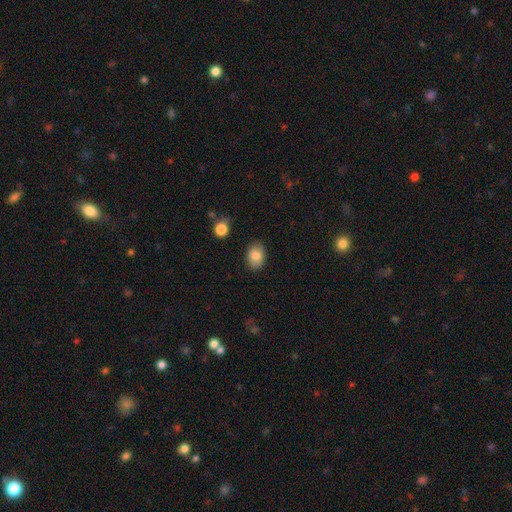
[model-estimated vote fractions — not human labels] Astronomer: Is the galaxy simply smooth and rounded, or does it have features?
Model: smooth — 84%.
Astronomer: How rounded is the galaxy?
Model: in between — 79%.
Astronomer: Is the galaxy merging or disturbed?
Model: none — 82%.